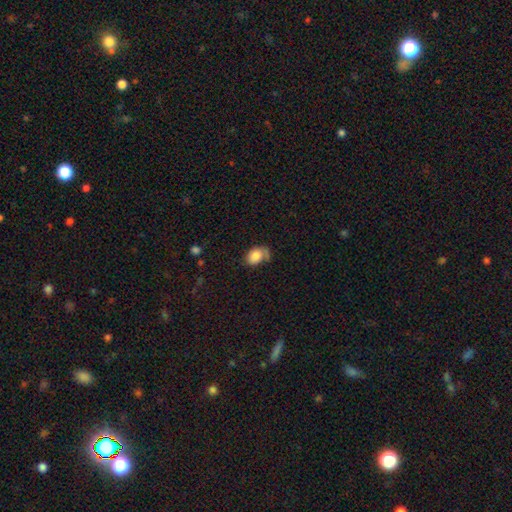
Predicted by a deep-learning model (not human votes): smooth-or-featured: smooth: 79% | featured or disk: 13% | star or artifact: 8%
  how-rounded: in between: 79% | round: 20% | cigar-shaped: 1%
  merging: none: 44% | minor disturbance: 30% | major disturbance: 20% | merger: 6%